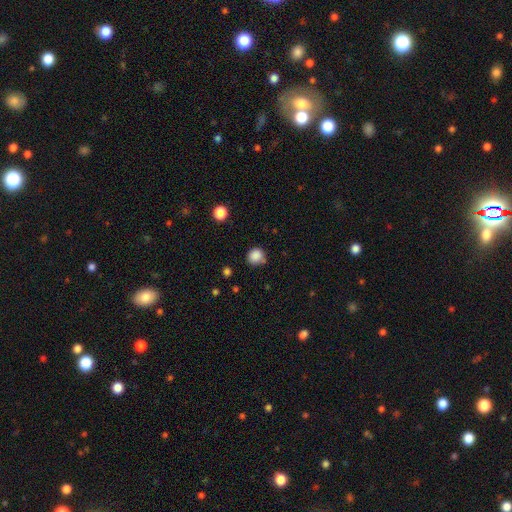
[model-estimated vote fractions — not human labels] This is clearly a smooth galaxy (86%). How rounded: clearly round (88%). Merging: likely none (74%).